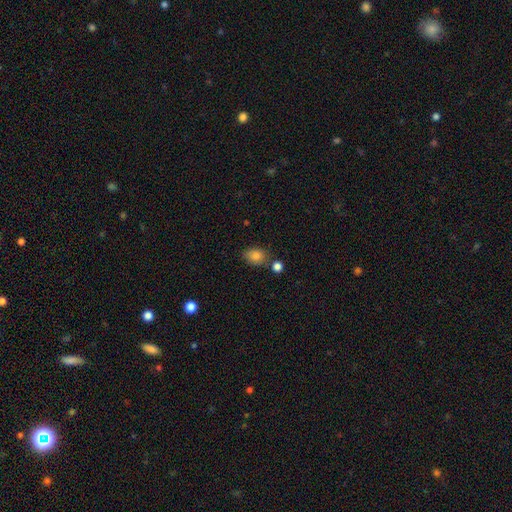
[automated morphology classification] Smooth or featured?
  - smooth: 84% *
  - star or artifact: 10%
  - featured or disk: 6%
How rounded?
  - in between: 69% *
  - round: 30%
  - cigar-shaped: 1%
Merging?
  - none: 69% *
  - minor disturbance: 16%
  - merger: 11%
  - major disturbance: 4%